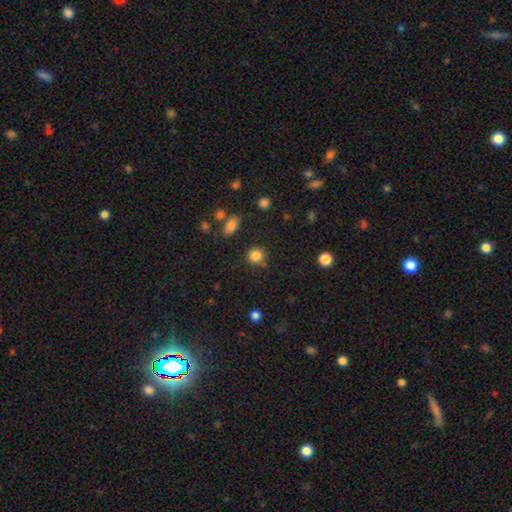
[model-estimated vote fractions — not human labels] The model was most divided on "merging": none: 78%, minor disturbance: 11%, merger: 7%, major disturbance: 4%. More confident: smooth or featured — smooth (84%); how rounded — round (84%).